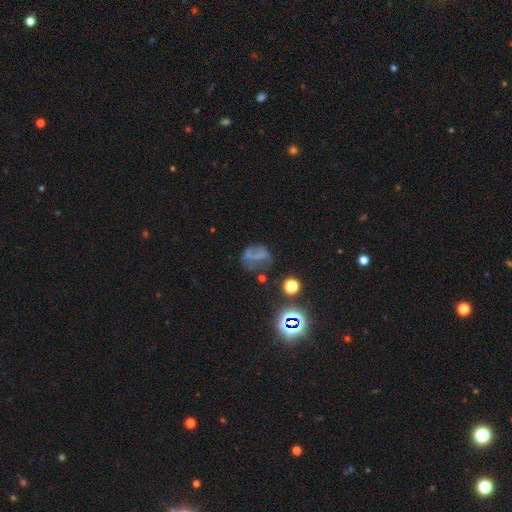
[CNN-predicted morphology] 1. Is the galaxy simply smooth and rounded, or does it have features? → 41% featured or disk, 32% smooth, 27% star or artifact.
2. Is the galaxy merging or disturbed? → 49% none, 24% major disturbance, 21% minor disturbance, 7% merger.